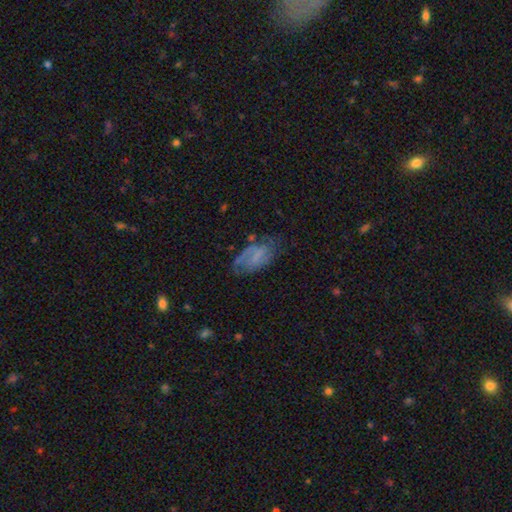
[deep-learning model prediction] This is possibly a featured or disk galaxy (57%). It is clearly not viewed edge-on (95%). Bar: marginally weak (44%). Spiral arm pattern: likely yes (74%). Central bulge: possibly none (57%). Merging: possibly none (54%).